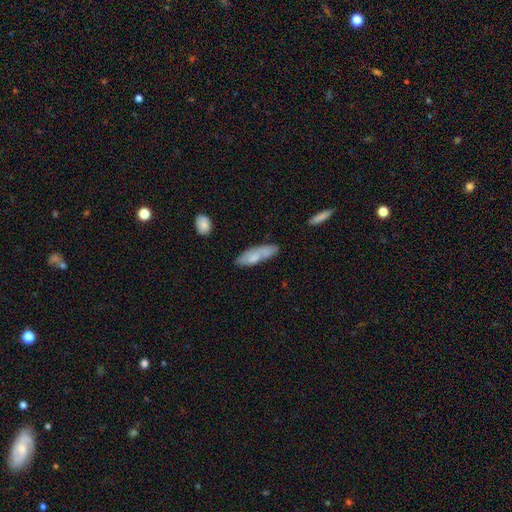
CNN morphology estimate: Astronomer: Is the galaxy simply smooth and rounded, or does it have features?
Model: smooth — 65%.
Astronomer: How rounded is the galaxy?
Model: in between — 50% (runner-up: cigar-shaped, 48%).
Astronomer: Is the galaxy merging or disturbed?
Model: none — 63%.